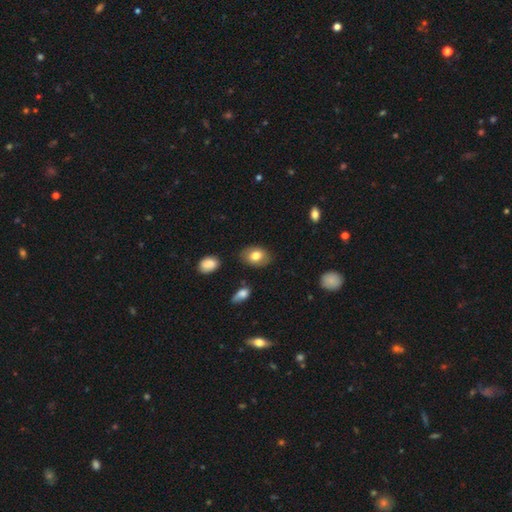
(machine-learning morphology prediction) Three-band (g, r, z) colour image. It shows a smooth galaxy with no disk features (78%) that is in between round and cigar-shaped (76%). Merging: none (82%).